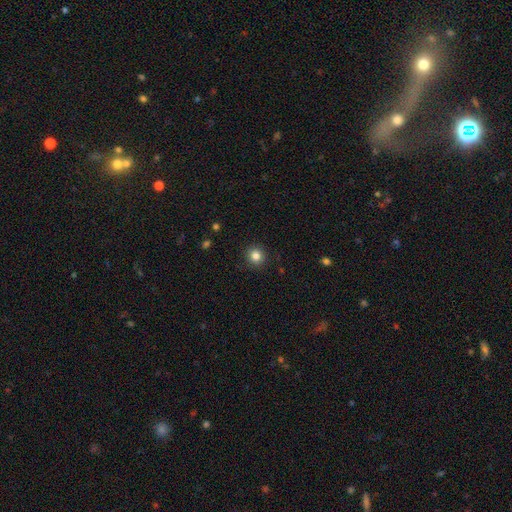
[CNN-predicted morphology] This appears to be a smooth galaxy with no disk features (83%) that is round (93%). Merging: none (92%).